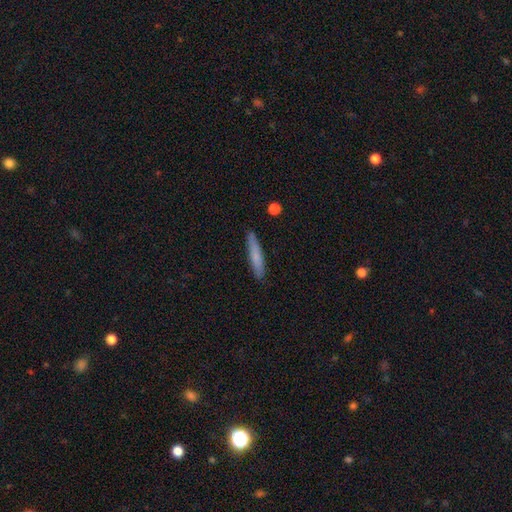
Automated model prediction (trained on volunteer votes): Smooth or featured?
  - smooth: 73% *
  - featured or disk: 21%
  - star or artifact: 6%
How rounded?
  - cigar-shaped: 92% *
  - in between: 6%
  - round: 1%
Merging?
  - none: 88% *
  - minor disturbance: 9%
  - major disturbance: 2%
  - merger: 2%